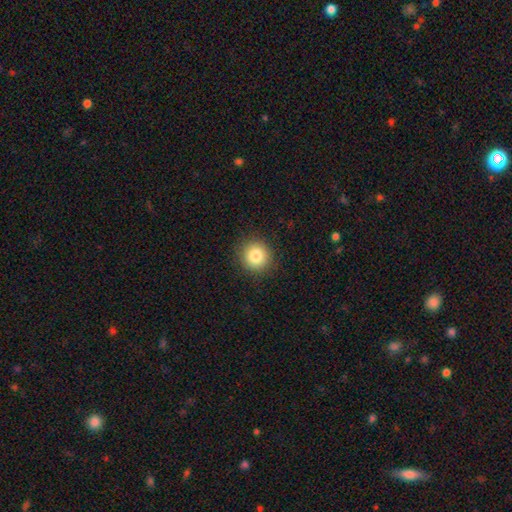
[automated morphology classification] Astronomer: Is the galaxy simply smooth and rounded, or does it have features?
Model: smooth — 83%.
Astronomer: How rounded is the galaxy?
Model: round — 92%.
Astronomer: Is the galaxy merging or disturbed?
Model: none — 91%.